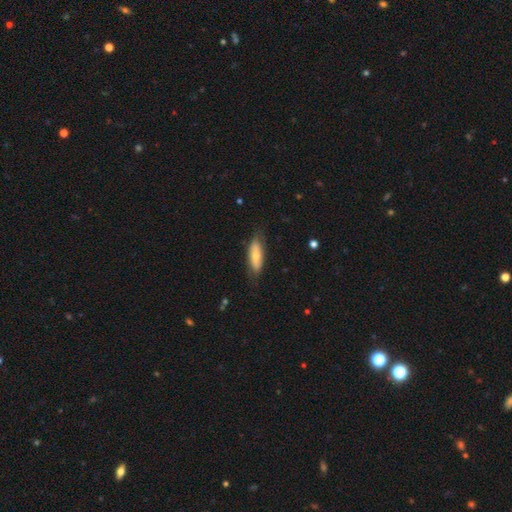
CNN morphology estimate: A smooth galaxy with no disk features (65%) that is in between round and cigar-shaped (60%).

Vote fractions:
- Smooth or featured? smooth: 65% / featured or disk: 29% / star or artifact: 6%
- How rounded? in between: 60% / cigar-shaped: 38% / round: 2%
- Merging? none: 73% / minor disturbance: 21% / major disturbance: 5% / merger: 1%